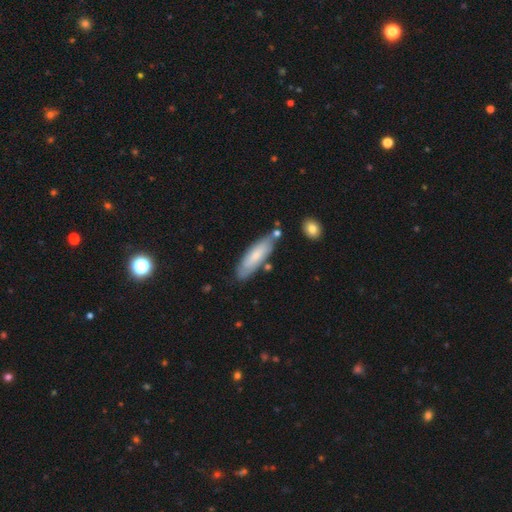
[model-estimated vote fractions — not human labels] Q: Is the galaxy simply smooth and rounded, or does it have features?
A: smooth — 66%.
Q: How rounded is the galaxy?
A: cigar-shaped — 53%.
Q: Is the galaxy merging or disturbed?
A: none — 74%.